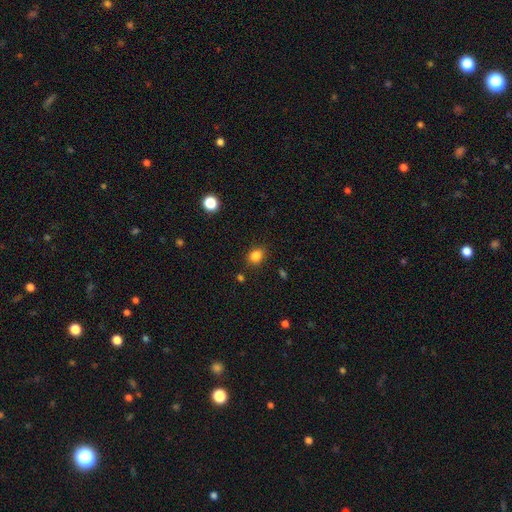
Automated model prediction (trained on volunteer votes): Q: Smooth or featured?
A: smooth (83%); runner-up: star or artifact (12%)
Q: How rounded?
A: round (55%); runner-up: in between (44%)
Q: Merging?
A: none (85%); runner-up: minor disturbance (10%)